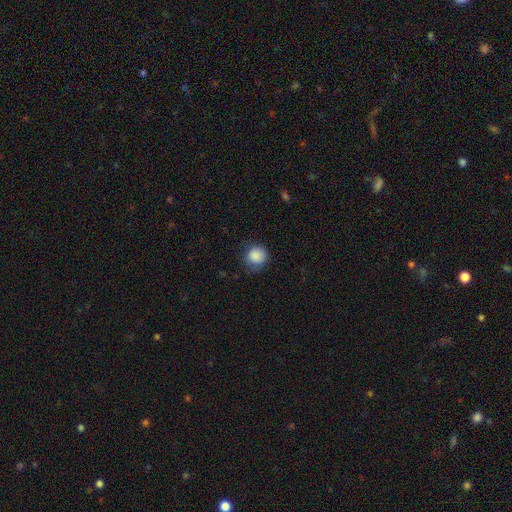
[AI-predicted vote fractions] Smooth or featured? smooth (87%)
How rounded? round (88%)
Merging? none (71%)